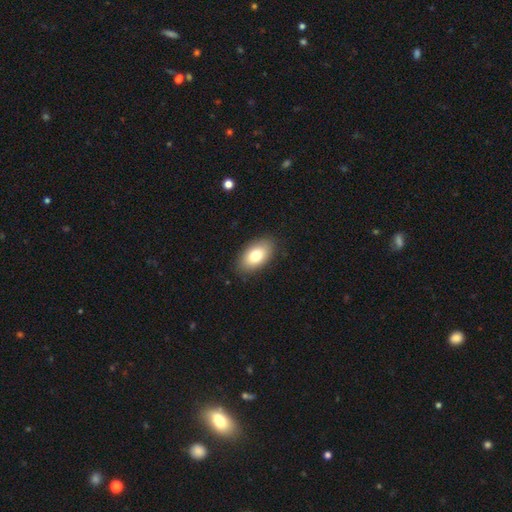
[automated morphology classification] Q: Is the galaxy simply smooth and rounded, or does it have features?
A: smooth — 77%.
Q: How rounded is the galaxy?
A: in between — 93%.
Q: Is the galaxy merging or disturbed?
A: none — 87%.